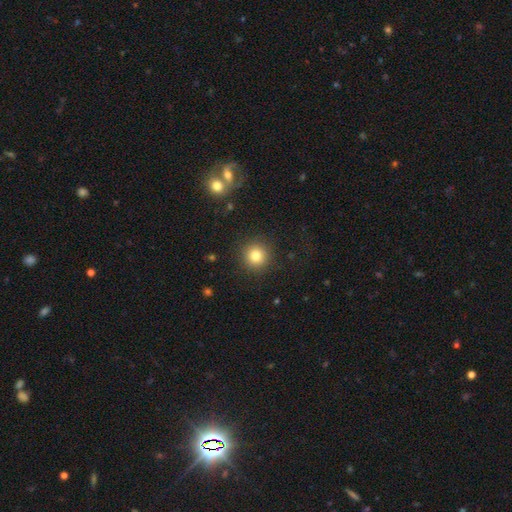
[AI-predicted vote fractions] smooth-or-featured: smooth: 81% | star or artifact: 12% | featured or disk: 7%
  how-rounded: round: 94% | in between: 5% | cigar-shaped: 1%
  merging: none: 90% | minor disturbance: 6% | major disturbance: 3% | merger: 1%